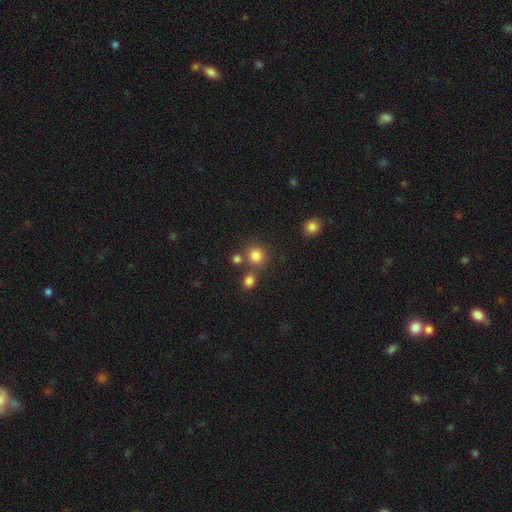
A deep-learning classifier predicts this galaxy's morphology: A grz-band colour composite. It shows a smooth galaxy with no disk features (81%) that is round (88%). Merging: none (71%).